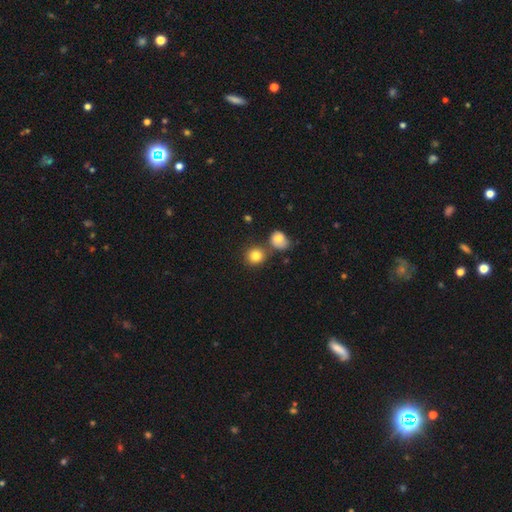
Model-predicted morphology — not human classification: A smooth galaxy with no disk features (82%) that is round (86%). Merging: none (67%).